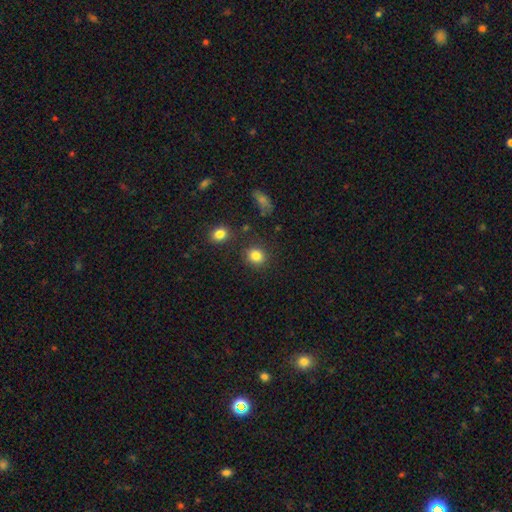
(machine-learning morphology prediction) Smooth or featured?
  - smooth: 84% *
  - star or artifact: 10%
  - featured or disk: 6%
How rounded?
  - round: 79% *
  - in between: 20%
  - cigar-shaped: 1%
Merging?
  - none: 84% *
  - minor disturbance: 9%
  - merger: 4%
  - major disturbance: 3%